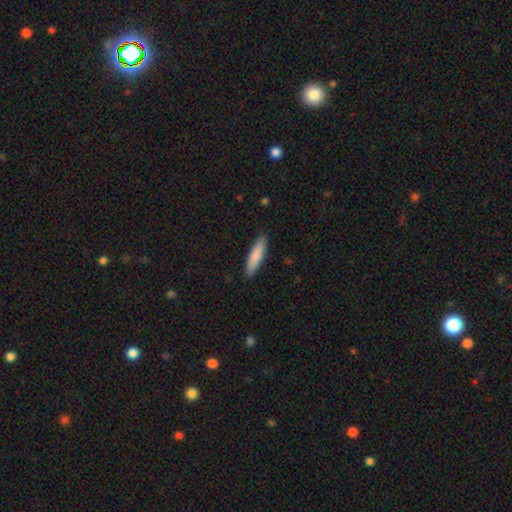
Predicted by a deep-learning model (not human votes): Smooth or featured: smooth — 85% (featured or disk — 10%)
How rounded: cigar-shaped — 75% (in between — 24%)
Merging: none — 89% (minor disturbance — 9%)